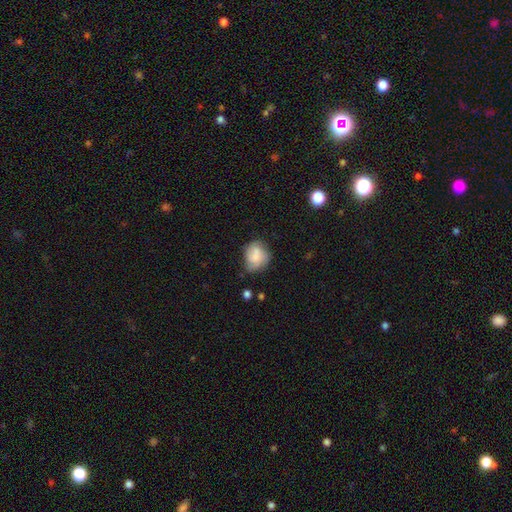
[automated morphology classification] smooth 70%, featured or disk 22%, star or artifact 8%. Down the decision tree: how rounded — round (58%); merging — none (49%).